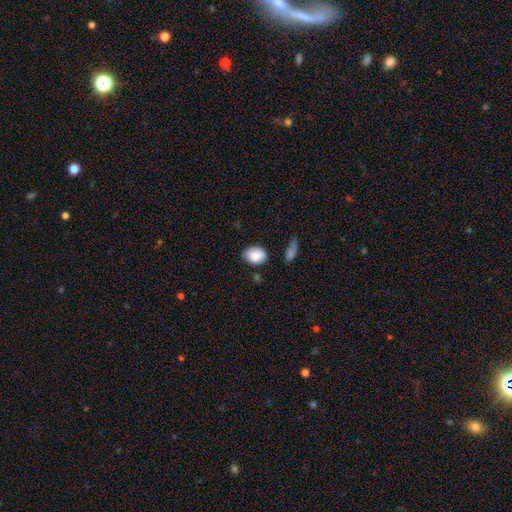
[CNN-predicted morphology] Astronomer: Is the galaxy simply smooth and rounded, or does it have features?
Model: smooth — 86%.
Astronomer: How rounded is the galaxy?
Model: in between — 63%.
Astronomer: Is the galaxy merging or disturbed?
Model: none — 70%.